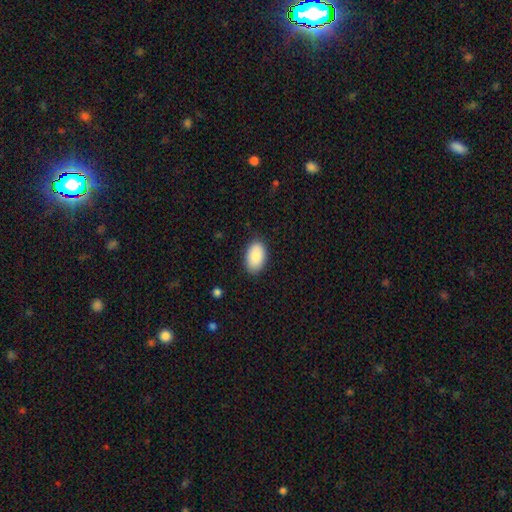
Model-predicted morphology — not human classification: Q: Smooth or featured?
A: smooth (88%); runner-up: star or artifact (6%)
Q: How rounded?
A: in between (93%); runner-up: round (5%)
Q: Merging?
A: none (86%); runner-up: minor disturbance (11%)